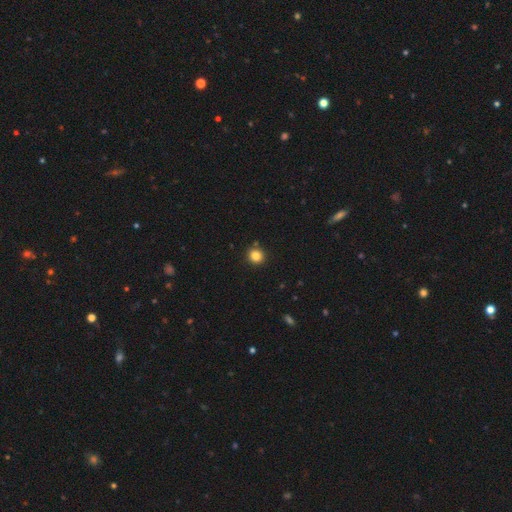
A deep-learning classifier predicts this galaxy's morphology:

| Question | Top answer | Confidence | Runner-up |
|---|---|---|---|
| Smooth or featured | smooth | 83% | star or artifact (12%) |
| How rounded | round | 92% | in between (7%) |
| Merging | none | 89% | minor disturbance (6%) |